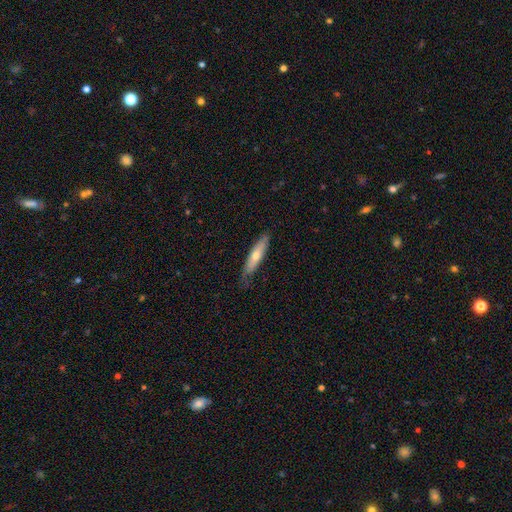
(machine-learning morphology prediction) smooth-or-featured: smooth: 55% | featured or disk: 40% | star or artifact: 6%
  how-rounded: cigar-shaped: 81% | in between: 17% | round: 2%
  merging: none: 74% | minor disturbance: 21% | major disturbance: 4% | merger: 1%